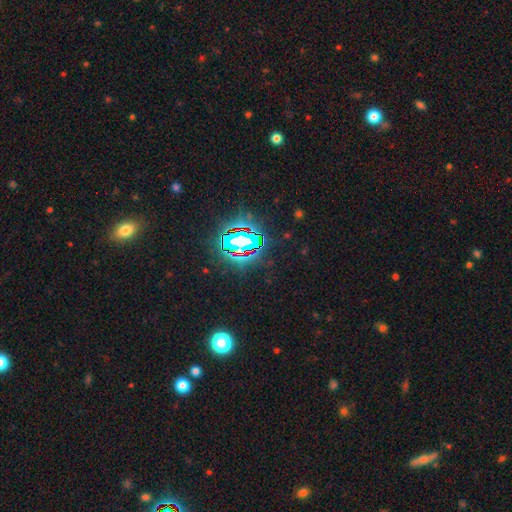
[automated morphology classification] type=star or artifact (83%).